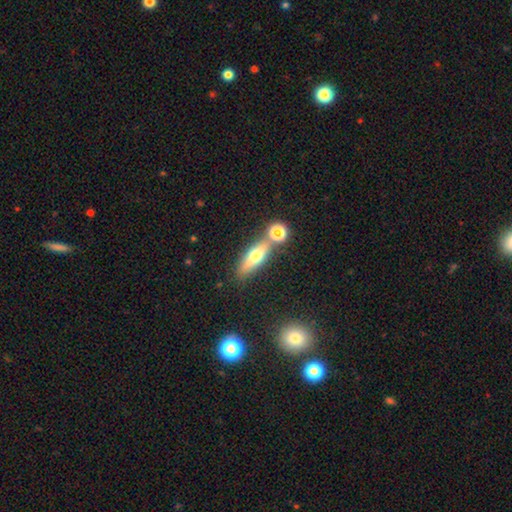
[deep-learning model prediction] Q: Smooth or featured?
A: smooth (60%); runner-up: featured or disk (31%)
Q: How rounded?
A: cigar-shaped (53%); runner-up: in between (43%)
Q: Merging?
A: none (66%); runner-up: merger (18%)